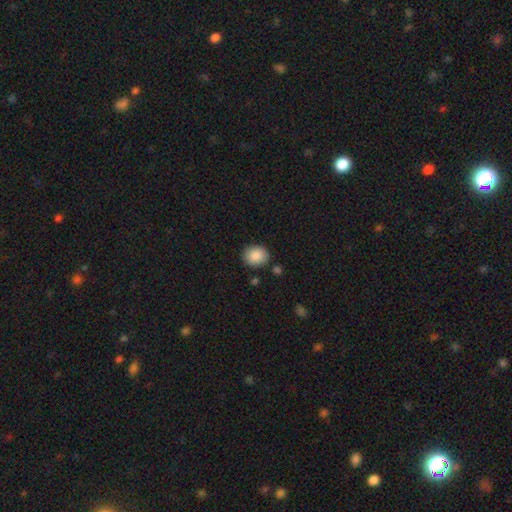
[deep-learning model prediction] Overall: smooth (88%). How rounded: round (66%; in between 33%). Merging: none (84%).